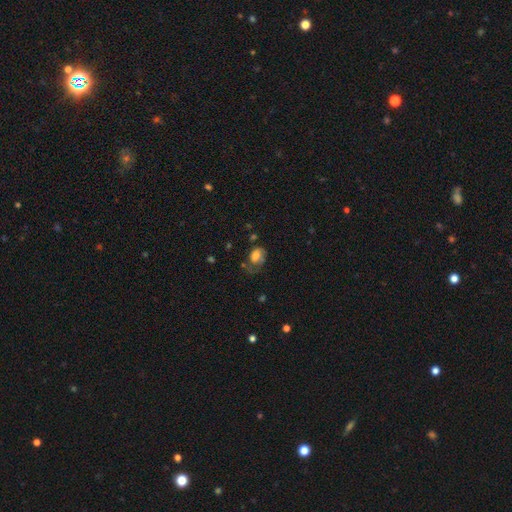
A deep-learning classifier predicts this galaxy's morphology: A smooth galaxy with no disk features (63%) that is in between round and cigar-shaped (75%). Merging: none (34%).